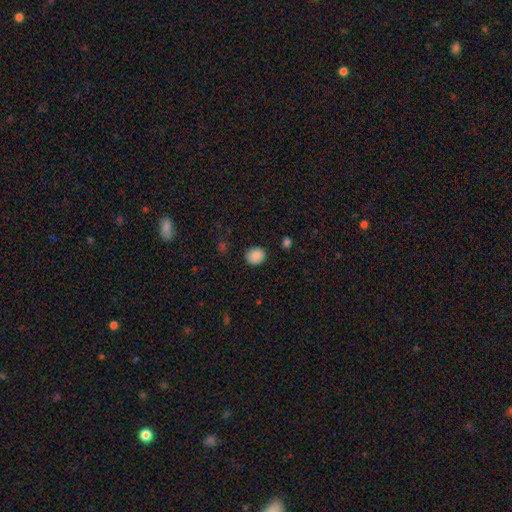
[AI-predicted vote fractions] A smooth galaxy with no disk features (88%) that is round (67%).

Vote fractions:
- Smooth or featured? smooth: 88% / star or artifact: 9% / featured or disk: 3%
- How rounded? round: 67% / in between: 32% / cigar-shaped: 1%
- Merging? none: 87% / minor disturbance: 9% / major disturbance: 3% / merger: 1%